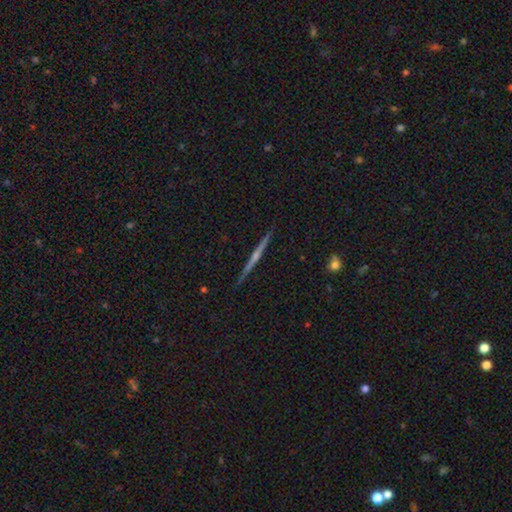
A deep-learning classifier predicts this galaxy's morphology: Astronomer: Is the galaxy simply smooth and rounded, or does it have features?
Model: featured or disk — 64%.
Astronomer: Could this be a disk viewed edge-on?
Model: yes — 96%.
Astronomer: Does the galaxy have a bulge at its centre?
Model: rounded — 47% (runner-up: none, 42%).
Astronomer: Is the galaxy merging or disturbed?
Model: none — 91%.